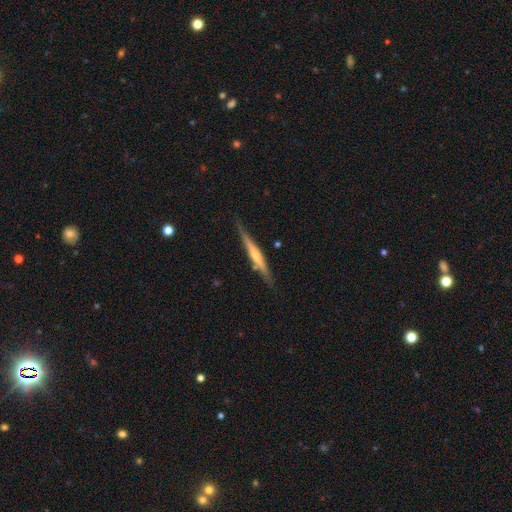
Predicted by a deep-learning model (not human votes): Smooth or featured? featured or disk (63%)
Edge-on disk? yes (97%)
Edge-on bulge? rounded (59%)
Merging? none (79%)